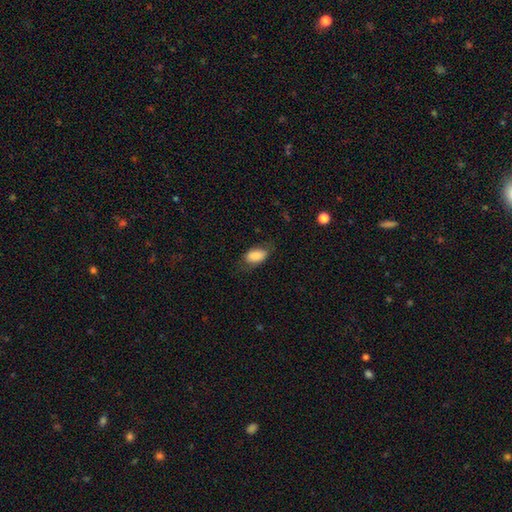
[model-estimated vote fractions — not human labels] smooth 83%, featured or disk 10%, star or artifact 7%. Down the decision tree: how rounded — in between (91%); merging — none (66%).